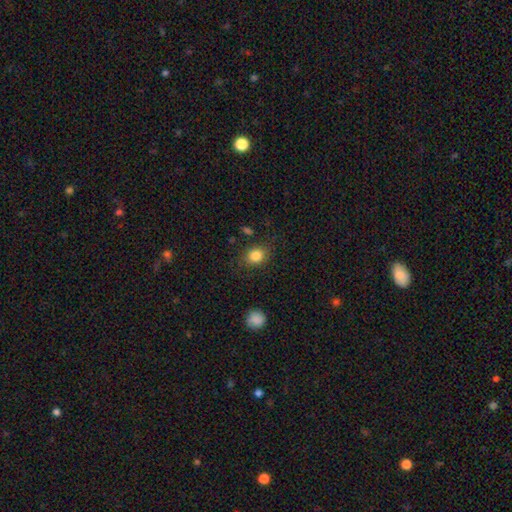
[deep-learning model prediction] Morphology: type=smooth (84%); roundness=round (52%); merging=none (80%).